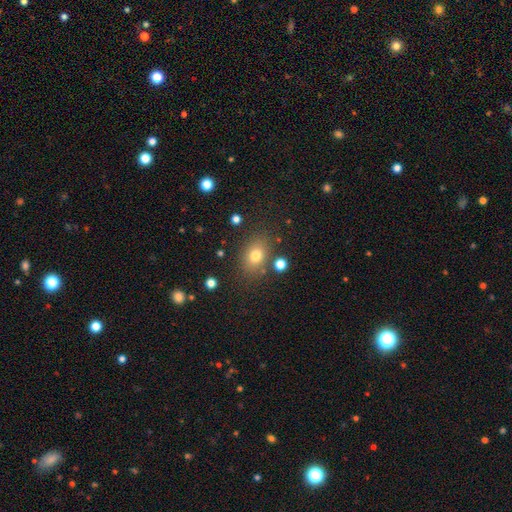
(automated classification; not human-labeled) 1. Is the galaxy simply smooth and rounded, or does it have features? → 76% smooth, 13% star or artifact, 11% featured or disk.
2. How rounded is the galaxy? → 67% in between, 31% round, 1% cigar-shaped.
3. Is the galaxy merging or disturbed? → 79% none, 12% minor disturbance, 5% merger, 4% major disturbance.